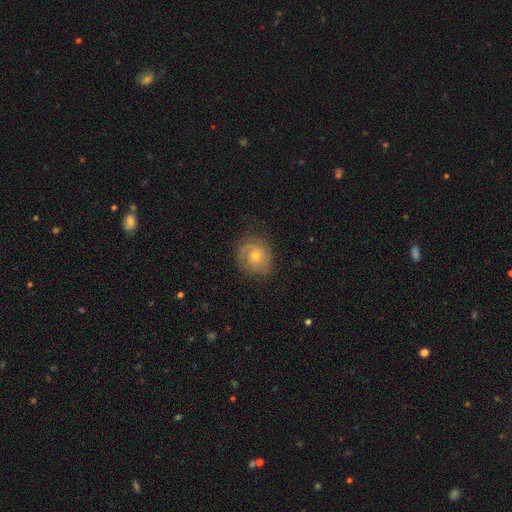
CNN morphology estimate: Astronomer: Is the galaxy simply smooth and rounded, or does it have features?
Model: featured or disk — 72%.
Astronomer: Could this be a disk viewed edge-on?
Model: no — 97%.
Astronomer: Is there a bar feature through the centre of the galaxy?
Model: no — 76%.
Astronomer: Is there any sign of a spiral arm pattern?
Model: yes — 92%.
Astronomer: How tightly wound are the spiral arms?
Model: tight — 60%.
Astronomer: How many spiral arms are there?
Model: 2 — 51%.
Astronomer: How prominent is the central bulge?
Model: moderate — 52% (runner-up: small, 44%).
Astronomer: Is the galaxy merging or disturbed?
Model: none — 76%.